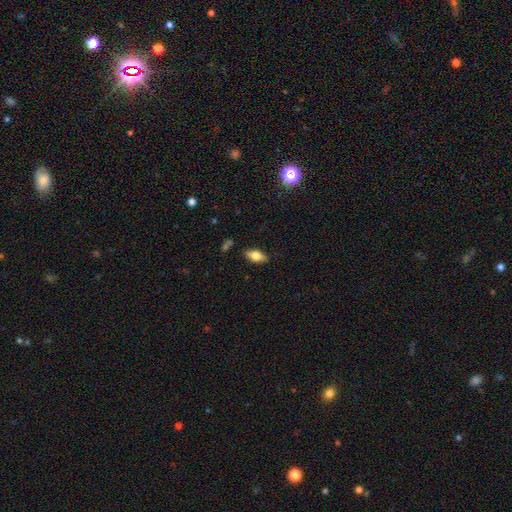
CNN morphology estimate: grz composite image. It shows a smooth galaxy with no disk features (68%) that is in between round and cigar-shaped (84%). Merging: none (83%).